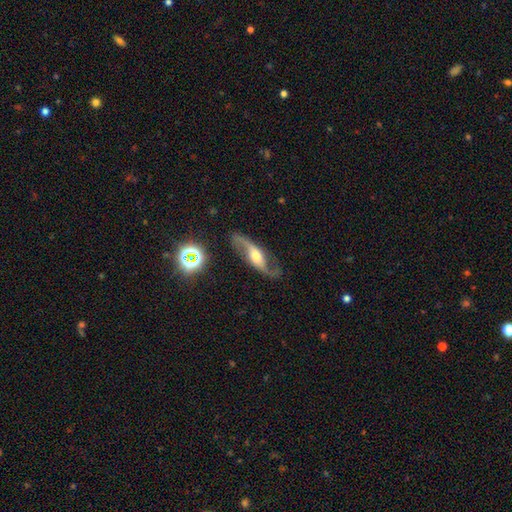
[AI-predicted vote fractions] Smooth or featured? Predicted: featured or disk (p=0.84). Edge-on disk? Predicted: no (p=0.87). Bar? Predicted: no (p=0.45). Spiral arms? Predicted: yes (p=0.95). Spiral winding? Predicted: loose (p=0.72). Spiral arm count? Predicted: 2 (p=0.92). Bulge size? Predicted: moderate (p=0.60). Merging? Predicted: none (p=0.77).